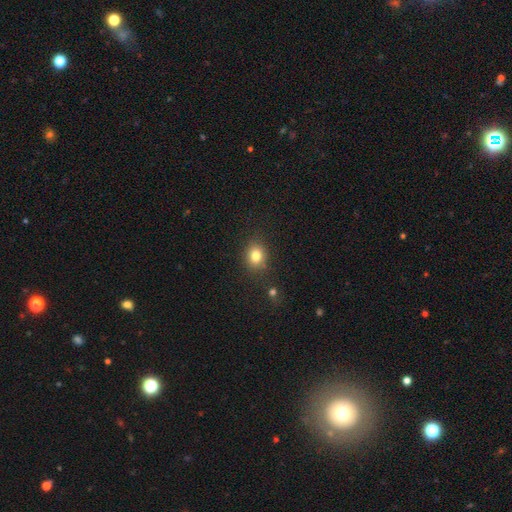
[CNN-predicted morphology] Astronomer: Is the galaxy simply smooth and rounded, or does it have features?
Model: smooth — 80%.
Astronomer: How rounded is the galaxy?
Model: round — 64%.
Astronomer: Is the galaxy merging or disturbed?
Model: none — 81%.